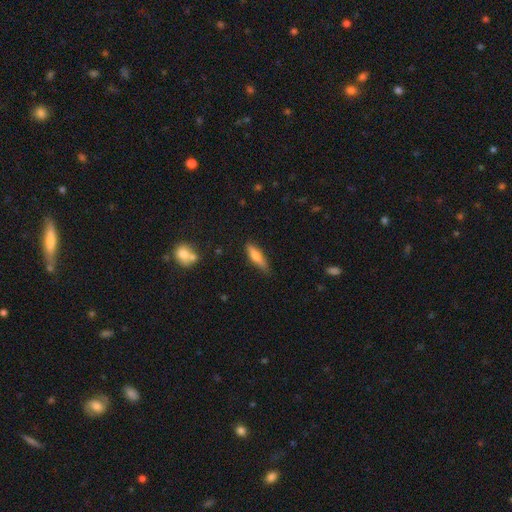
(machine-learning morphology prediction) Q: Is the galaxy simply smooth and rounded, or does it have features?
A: smooth — 63%.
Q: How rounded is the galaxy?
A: cigar-shaped — 69%.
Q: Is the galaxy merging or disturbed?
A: none — 79%.